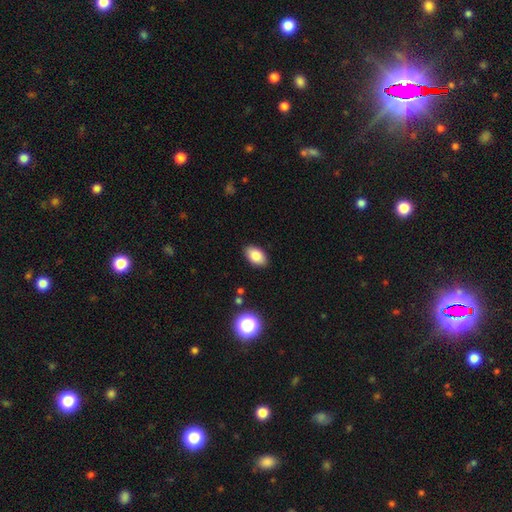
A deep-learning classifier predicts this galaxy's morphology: smooth_or_featured: smooth (p=0.83) [alt: star or artifact p=0.09]
how_rounded: in between (p=0.91) [alt: round p=0.07]
merging: none (p=0.88) [alt: minor disturbance p=0.09]